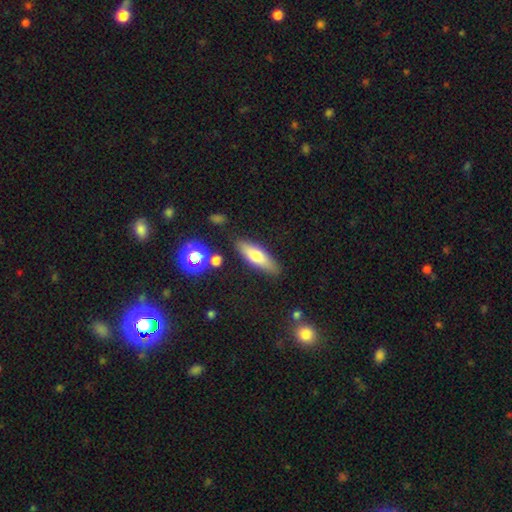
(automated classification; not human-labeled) Smooth or featured? Predicted: smooth (p=0.64). How rounded? Predicted: cigar-shaped (p=0.54). Merging? Predicted: none (p=0.84).